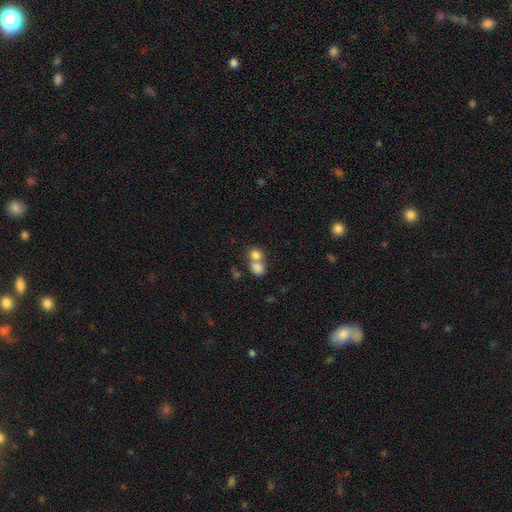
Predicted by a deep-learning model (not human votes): smooth-or-featured: smooth: 79% | featured or disk: 11% | star or artifact: 10%
  how-rounded: round: 71% | in between: 27% | cigar-shaped: 1%
  merging: merger: 59% | none: 32% | minor disturbance: 6% | major disturbance: 3%